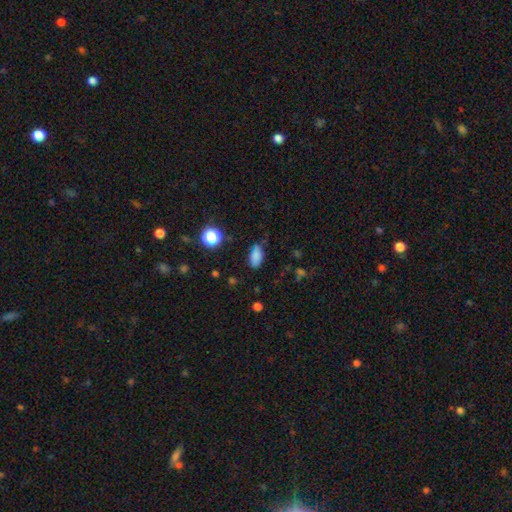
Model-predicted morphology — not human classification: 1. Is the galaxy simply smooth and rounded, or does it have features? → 80% smooth, 13% star or artifact, 8% featured or disk.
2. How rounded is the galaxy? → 87% in between, 8% round, 4% cigar-shaped.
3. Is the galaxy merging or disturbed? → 64% none, 26% minor disturbance, 6% major disturbance, 3% merger.